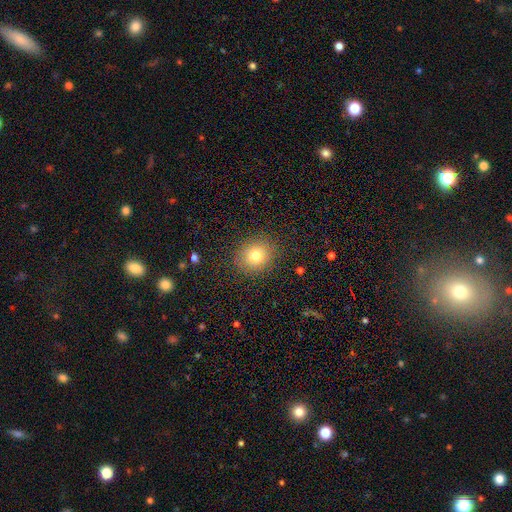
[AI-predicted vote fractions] smooth-or-featured: smooth: 76% | star or artifact: 13% | featured or disk: 10%
  how-rounded: round: 76% | in between: 23% | cigar-shaped: 1%
  merging: none: 87% | minor disturbance: 8% | major disturbance: 3% | merger: 1%